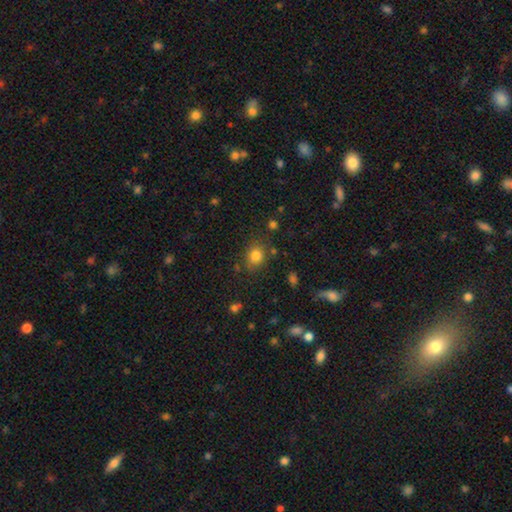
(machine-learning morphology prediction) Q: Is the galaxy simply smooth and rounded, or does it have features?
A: smooth — 82%.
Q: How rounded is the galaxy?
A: round — 65%.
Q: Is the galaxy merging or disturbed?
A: none — 78%.